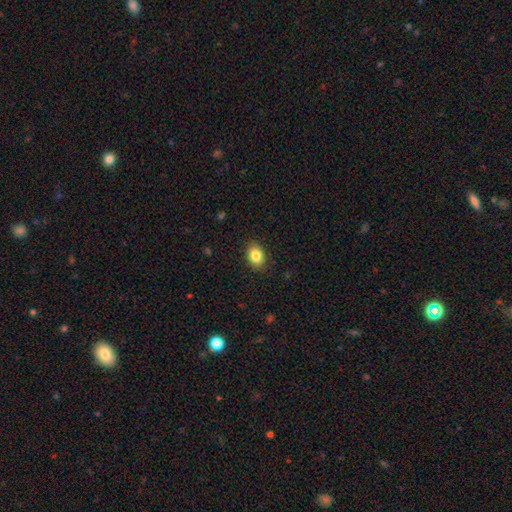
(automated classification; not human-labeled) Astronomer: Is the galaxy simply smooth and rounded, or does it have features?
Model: smooth — 84%.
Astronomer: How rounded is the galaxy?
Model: in between — 76%.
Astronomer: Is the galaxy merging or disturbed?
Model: none — 88%.